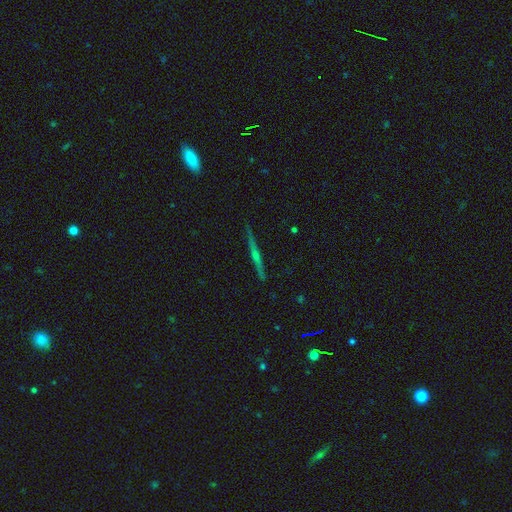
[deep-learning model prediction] A featured or disk galaxy (79%) viewed edge-on (98%) with a rounded central bulge (80%).

Vote fractions:
- Smooth or featured? featured or disk: 79% / smooth: 13% / star or artifact: 7%
- Edge-on disk? yes: 98% / no: 2%
- Edge-on bulge? rounded: 80% / none: 15% / boxy: 5%
- Merging? none: 91% / minor disturbance: 6% / major disturbance: 1% / merger: 1%